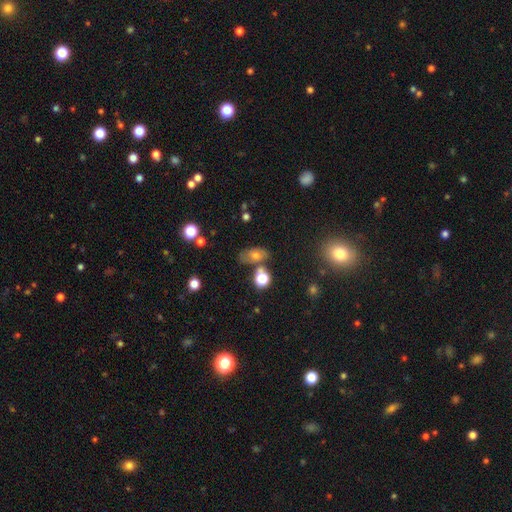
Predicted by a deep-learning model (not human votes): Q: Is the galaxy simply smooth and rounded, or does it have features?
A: smooth — 61%.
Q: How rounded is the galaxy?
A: in between — 80%.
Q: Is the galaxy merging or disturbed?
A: none — 57%.